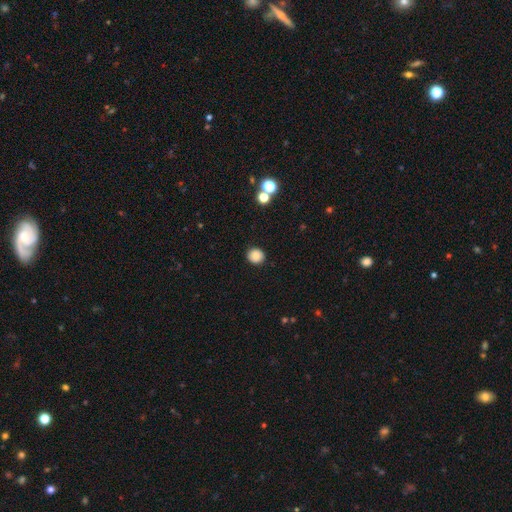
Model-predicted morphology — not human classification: Q: Smooth or featured?
A: smooth (85%); runner-up: star or artifact (11%)
Q: How rounded?
A: round (88%); runner-up: in between (11%)
Q: Merging?
A: none (90%); runner-up: minor disturbance (6%)